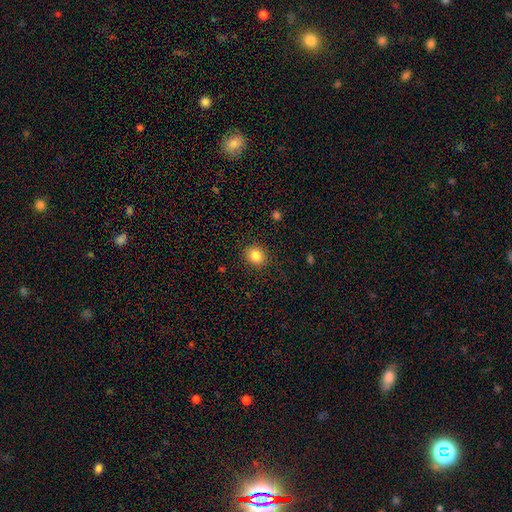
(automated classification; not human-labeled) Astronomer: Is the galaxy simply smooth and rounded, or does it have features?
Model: smooth — 85%.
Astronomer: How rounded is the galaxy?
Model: round — 74%.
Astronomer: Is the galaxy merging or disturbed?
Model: none — 89%.